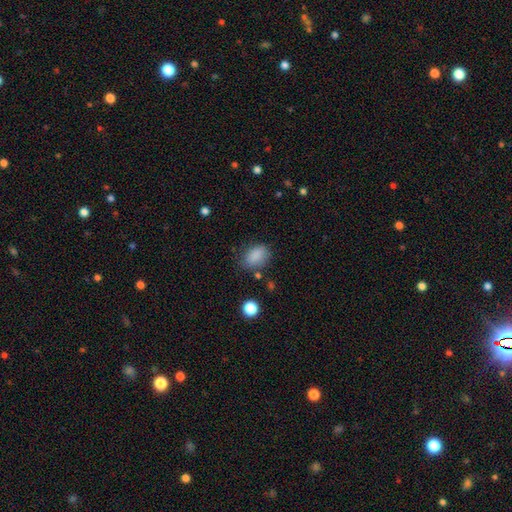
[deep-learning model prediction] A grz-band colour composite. It shows a smooth galaxy with no disk features (85%) that is in between round and cigar-shaped (81%). Merging: none (70%).